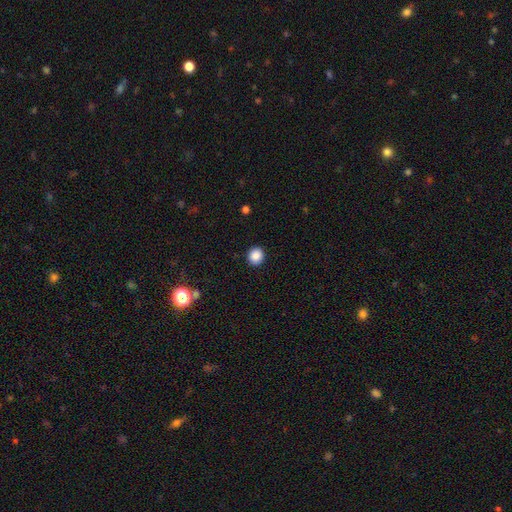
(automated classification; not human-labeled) Q: Smooth or featured?
A: smooth (88%); runner-up: star or artifact (9%)
Q: How rounded?
A: round (87%); runner-up: in between (12%)
Q: Merging?
A: none (92%); runner-up: minor disturbance (5%)